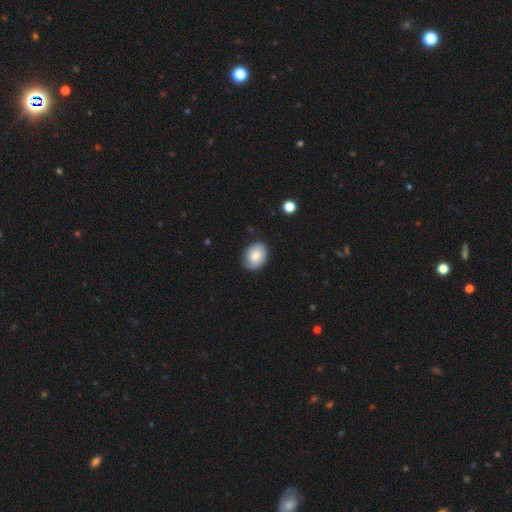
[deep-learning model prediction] Q: Smooth or featured?
A: smooth (68%); runner-up: featured or disk (25%)
Q: How rounded?
A: in between (52%); runner-up: round (48%)
Q: Merging?
A: none (78%); runner-up: minor disturbance (17%)